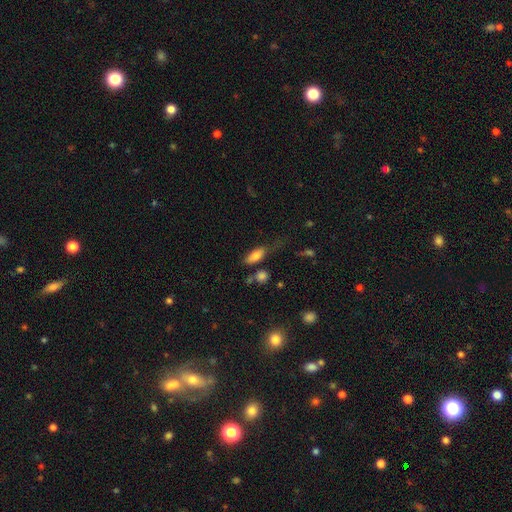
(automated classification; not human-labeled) smooth 77%, featured or disk 15%, star or artifact 8%. Down the decision tree: how rounded — in between (78%); merging — none (55%).